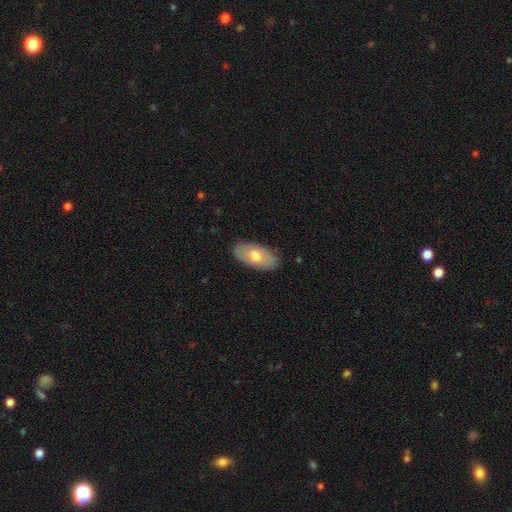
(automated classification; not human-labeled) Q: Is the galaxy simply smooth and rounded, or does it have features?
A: smooth — 68%.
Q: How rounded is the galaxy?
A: in between — 93%.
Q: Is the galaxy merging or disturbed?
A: none — 86%.